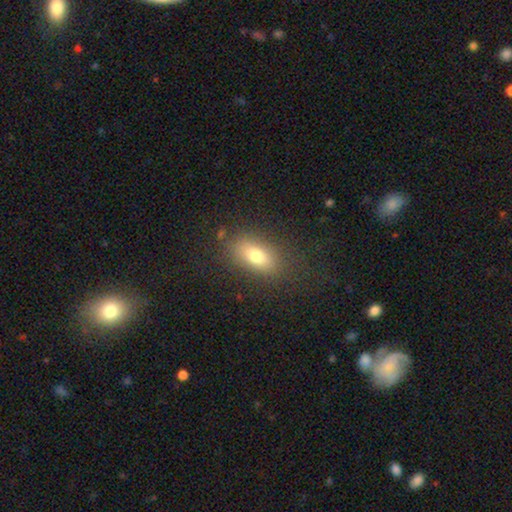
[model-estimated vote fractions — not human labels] Smooth or featured? smooth (77%)
How rounded? in between (85%)
Merging? none (80%)